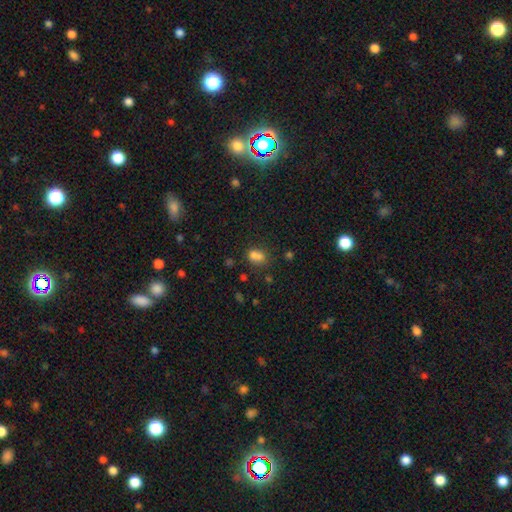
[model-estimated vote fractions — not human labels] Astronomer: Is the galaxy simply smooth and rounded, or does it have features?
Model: smooth — 73%.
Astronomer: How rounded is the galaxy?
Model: in between — 56% (runner-up: round, 42%).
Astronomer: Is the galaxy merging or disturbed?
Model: merger — 41% (runner-up: none, 38%).